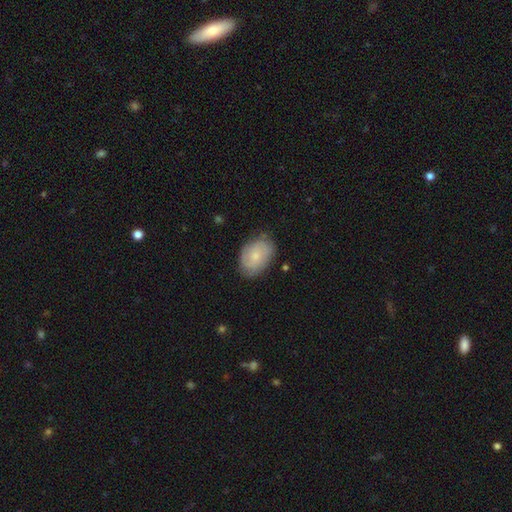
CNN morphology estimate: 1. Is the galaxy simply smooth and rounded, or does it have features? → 58% smooth, 35% featured or disk, 7% star or artifact.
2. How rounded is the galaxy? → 80% in between, 19% round, 1% cigar-shaped.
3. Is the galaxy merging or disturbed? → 74% none, 21% minor disturbance, 5% major disturbance, 1% merger.